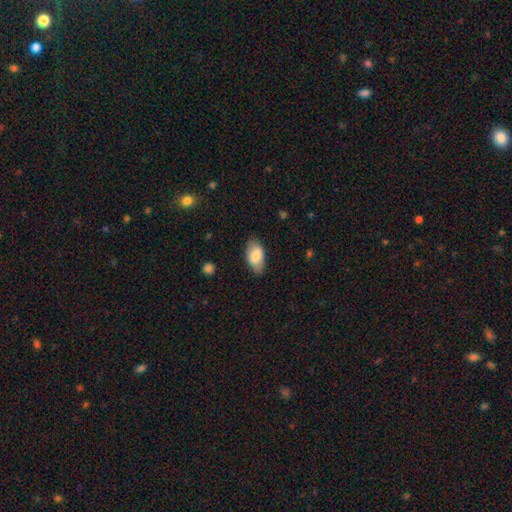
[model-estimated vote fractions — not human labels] Smooth or featured: smooth — 81% (featured or disk — 13%)
How rounded: in between — 93% (round — 4%)
Merging: none — 79% (minor disturbance — 16%)